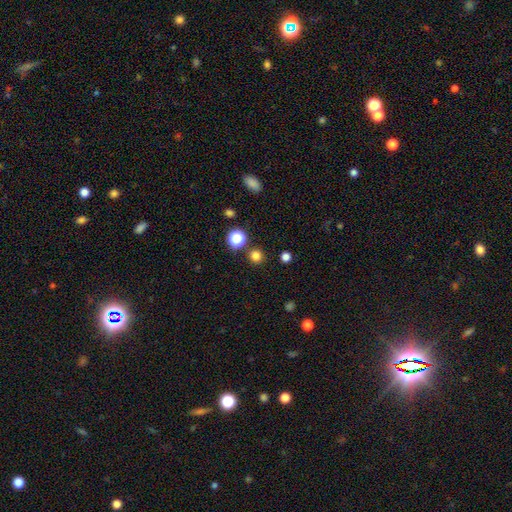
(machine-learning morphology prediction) Q: Smooth or featured?
A: smooth (79%); runner-up: star or artifact (17%)
Q: How rounded?
A: round (94%); runner-up: in between (5%)
Q: Merging?
A: none (88%); runner-up: minor disturbance (6%)